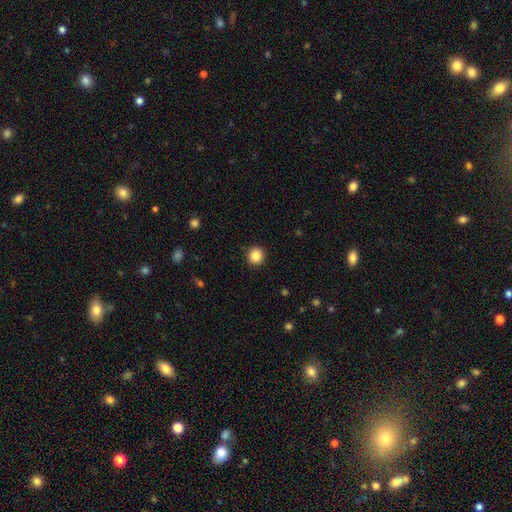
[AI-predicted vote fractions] smooth-or-featured: smooth: 86% | star or artifact: 10% | featured or disk: 4%
  how-rounded: round: 93% | in between: 6% | cigar-shaped: 1%
  merging: none: 92% | minor disturbance: 5% | major disturbance: 2% | merger: 1%